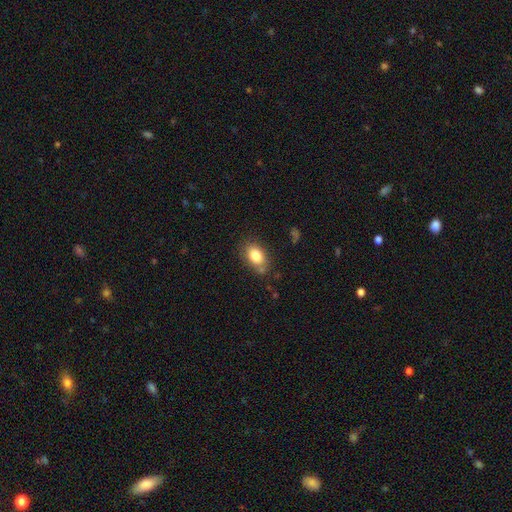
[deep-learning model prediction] Smooth or featured: smooth — 83% (featured or disk — 9%)
How rounded: in between — 85% (round — 14%)
Merging: none — 74% (minor disturbance — 17%)